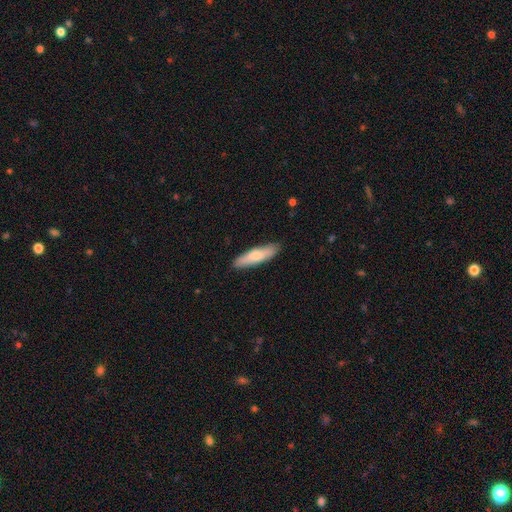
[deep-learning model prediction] The model was most divided on "how rounded": cigar-shaped: 70%, in between: 29%, round: 2%. More confident: merging — none (87%); smooth or featured — smooth (76%).